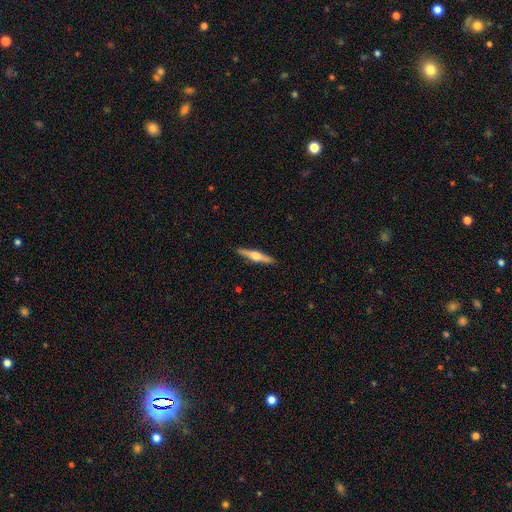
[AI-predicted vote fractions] The model was most divided on "smooth or featured": featured or disk: 68%, smooth: 27%, star or artifact: 5%. More confident: edge-on disk — yes (98%); edge-on bulge — rounded (93%); merging — none (91%).